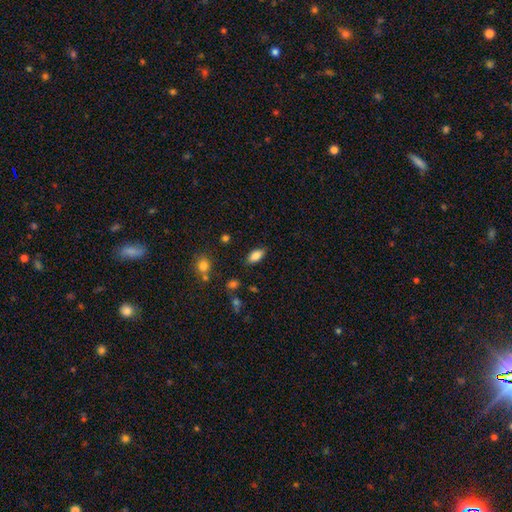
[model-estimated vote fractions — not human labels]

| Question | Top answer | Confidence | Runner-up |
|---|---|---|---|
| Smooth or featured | smooth | 83% | featured or disk (9%) |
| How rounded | in between | 89% | cigar-shaped (8%) |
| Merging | none | 84% | minor disturbance (11%) |